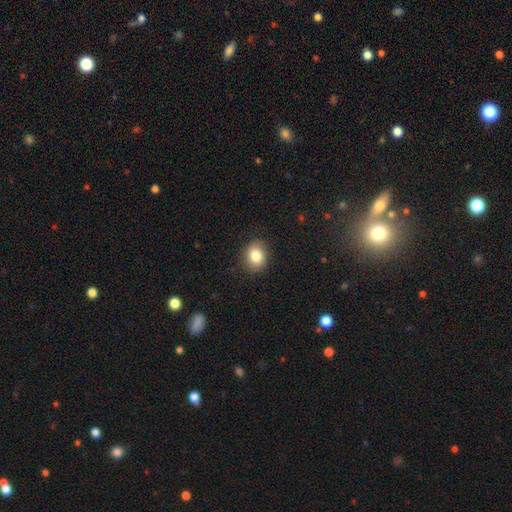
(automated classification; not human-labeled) A smooth galaxy with no disk features (82%) that is in between round and cigar-shaped (52%). Merging: none (86%).